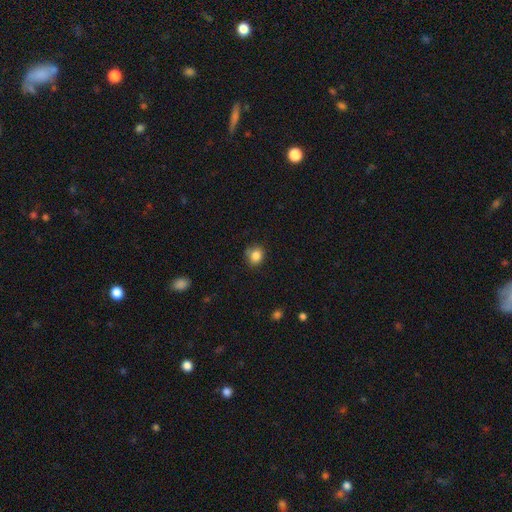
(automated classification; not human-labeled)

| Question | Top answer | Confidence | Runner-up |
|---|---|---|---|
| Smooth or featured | smooth | 84% | star or artifact (11%) |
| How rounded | round | 76% | in between (23%) |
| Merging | none | 74% | minor disturbance (20%) |